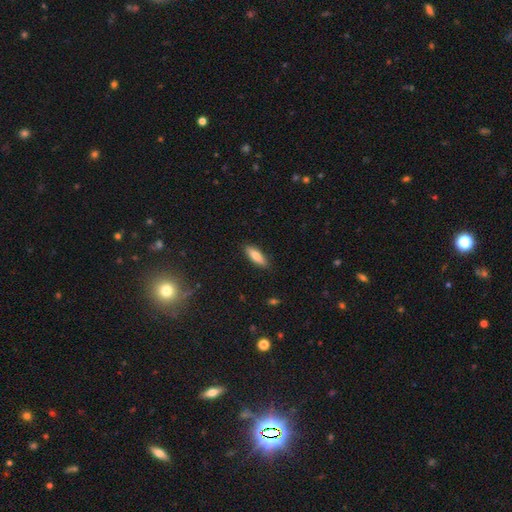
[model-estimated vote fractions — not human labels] This appears to be a smooth galaxy with no disk features (79%) that is in between round and cigar-shaped (50%). Merging: none (87%).